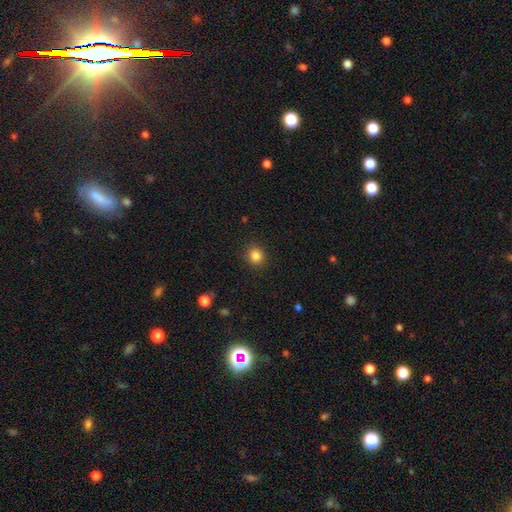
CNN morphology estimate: A smooth galaxy with no disk features (85%) that is round (85%).

Vote fractions:
- Smooth or featured? smooth: 85% / star or artifact: 11% / featured or disk: 4%
- How rounded? round: 85% / in between: 14% / cigar-shaped: 1%
- Merging? none: 90% / minor disturbance: 7% / major disturbance: 2% / merger: 1%